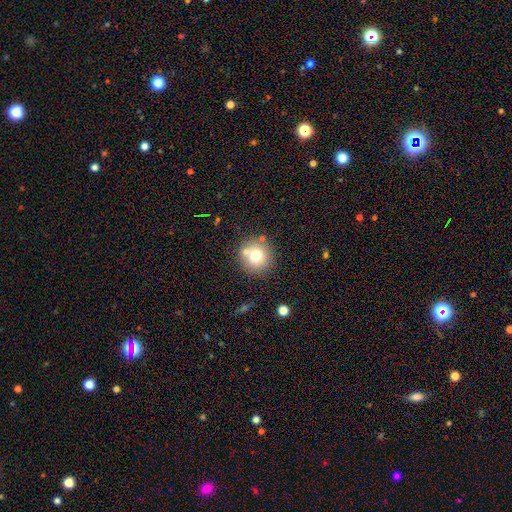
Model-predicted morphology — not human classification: Smooth or featured?
  - smooth: 70% *
  - featured or disk: 17%
  - star or artifact: 12%
How rounded?
  - round: 91% *
  - in between: 8%
  - cigar-shaped: 1%
Merging?
  - none: 73% *
  - merger: 12%
  - minor disturbance: 11%
  - major disturbance: 4%